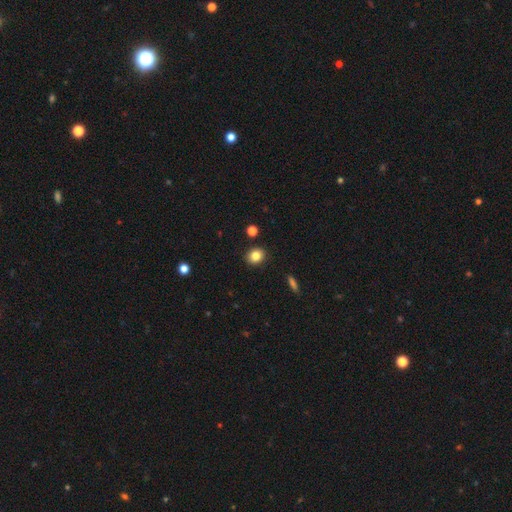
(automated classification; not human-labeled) Overall: smooth (83%). How rounded: round (69%; in between 30%). Merging: none (89%).